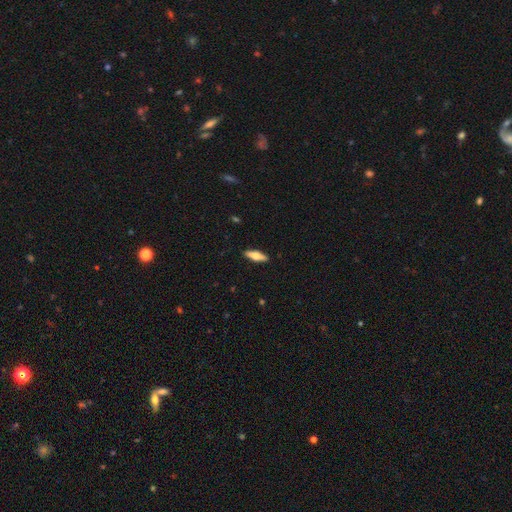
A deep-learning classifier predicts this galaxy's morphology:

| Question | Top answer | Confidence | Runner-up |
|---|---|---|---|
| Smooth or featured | smooth | 52% | featured or disk (42%) |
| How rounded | cigar-shaped | 54% | in between (44%) |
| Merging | none | 90% | minor disturbance (7%) |